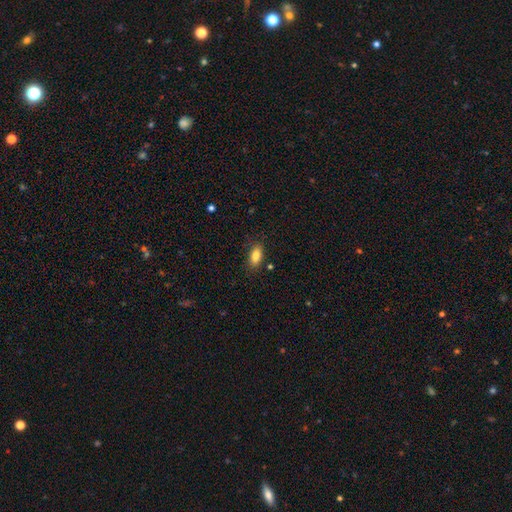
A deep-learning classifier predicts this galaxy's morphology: Smooth or featured? smooth (84%)
How rounded? in between (88%)
Merging? none (83%)